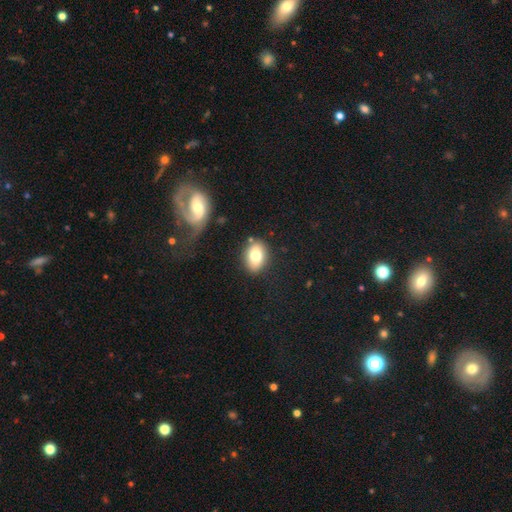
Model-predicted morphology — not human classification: Overall: smooth (76%). How rounded: in between (77%). Merging: none (81%).